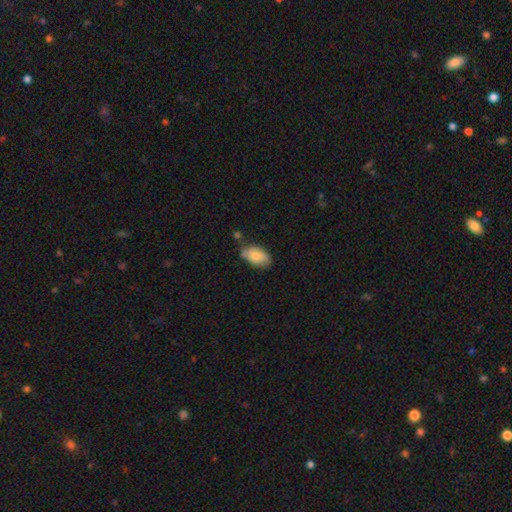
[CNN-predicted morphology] Smooth or featured? Predicted: smooth (p=0.82). How rounded? Predicted: in between (p=0.94). Merging? Predicted: none (p=0.61).